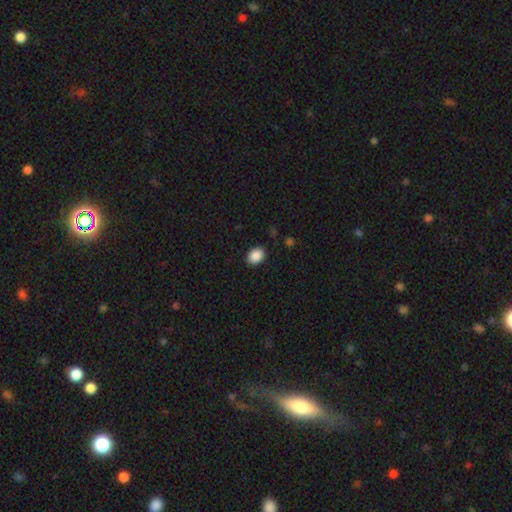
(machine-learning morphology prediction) Q: Smooth or featured?
A: smooth (89%); runner-up: star or artifact (8%)
Q: How rounded?
A: in between (64%); runner-up: round (35%)
Q: Merging?
A: none (88%); runner-up: minor disturbance (8%)